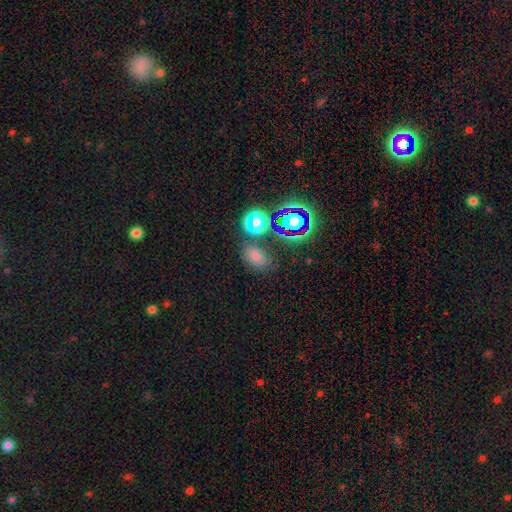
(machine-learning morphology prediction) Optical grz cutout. It shows a smooth galaxy with no disk features (53%) that is in between round and cigar-shaped (73%). Merging: none (68%).